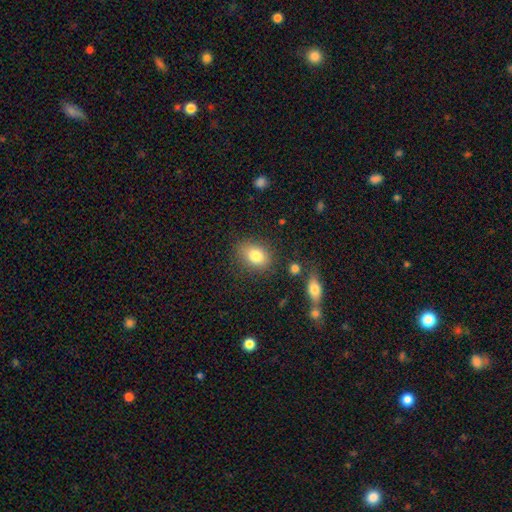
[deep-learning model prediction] Smooth or featured: smooth — 81% (star or artifact — 10%)
How rounded: in between — 67% (round — 31%)
Merging: none — 80% (minor disturbance — 13%)